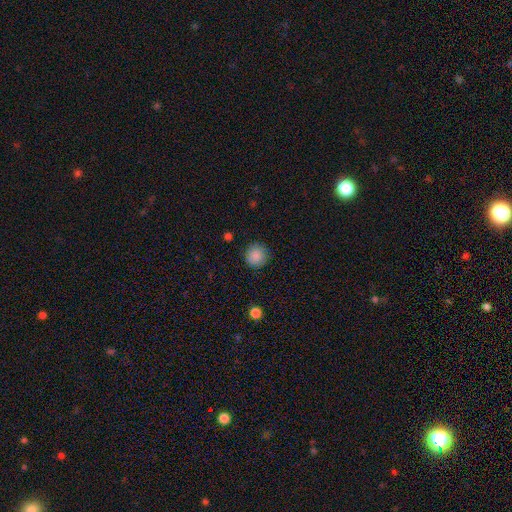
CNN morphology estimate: Q: Smooth or featured?
A: smooth (88%); runner-up: star or artifact (9%)
Q: How rounded?
A: round (94%); runner-up: in between (5%)
Q: Merging?
A: none (90%); runner-up: minor disturbance (7%)